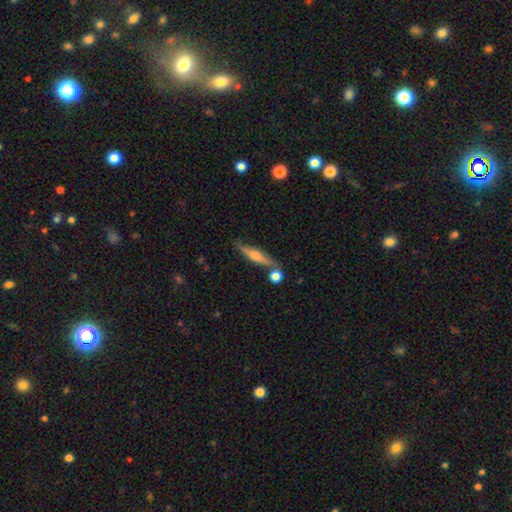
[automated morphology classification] A featured or disk galaxy (58%) viewed edge-on (93%) with a rounded central bulge (83%).

Vote fractions:
- Smooth or featured? featured or disk: 58% / smooth: 35% / star or artifact: 7%
- Edge-on disk? yes: 93% / no: 7%
- Edge-on bulge? rounded: 83% / boxy: 9% / none: 8%
- Merging? none: 76% / minor disturbance: 12% / merger: 9% / major disturbance: 3%